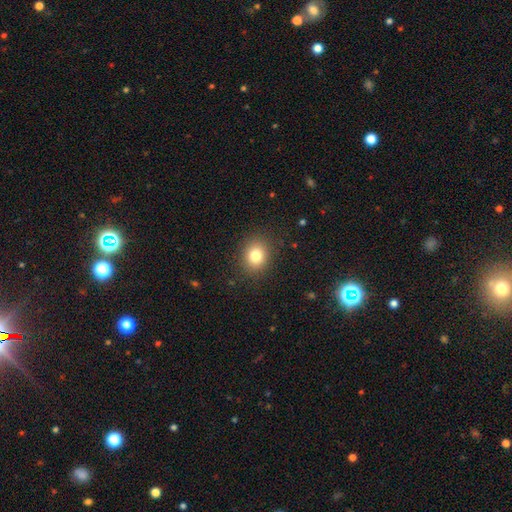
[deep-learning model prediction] Smooth or featured?
  - smooth: 80% *
  - star or artifact: 12%
  - featured or disk: 8%
How rounded?
  - round: 66% *
  - in between: 33%
  - cigar-shaped: 1%
Merging?
  - none: 88% *
  - minor disturbance: 8%
  - major disturbance: 3%
  - merger: 1%